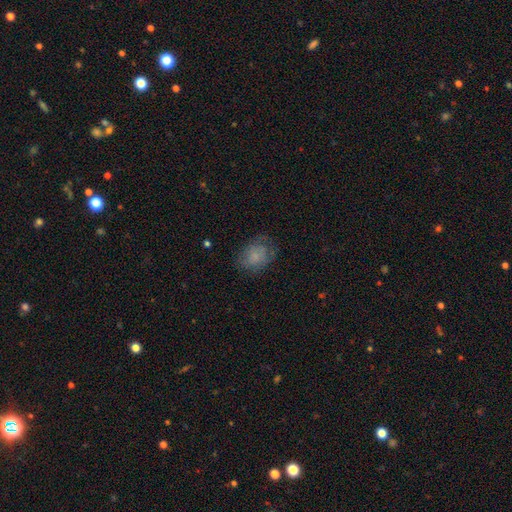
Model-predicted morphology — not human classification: Q: Smooth or featured?
A: smooth (69%); runner-up: featured or disk (21%)
Q: How rounded?
A: in between (62%); runner-up: round (37%)
Q: Merging?
A: none (65%); runner-up: minor disturbance (23%)